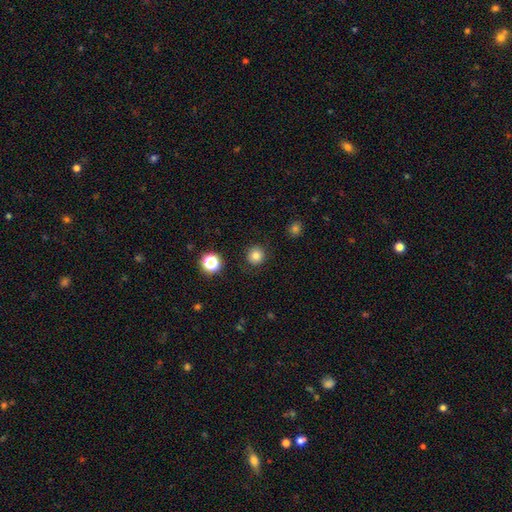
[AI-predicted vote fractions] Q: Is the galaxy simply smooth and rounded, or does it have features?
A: smooth — 79%.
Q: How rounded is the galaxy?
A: round — 95%.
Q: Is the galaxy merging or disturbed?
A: none — 90%.